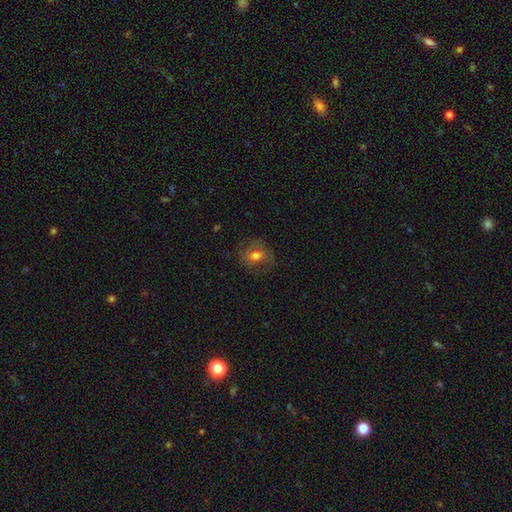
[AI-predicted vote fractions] This appears to be a smooth galaxy with no disk features (63%) that is round (63%). Merging: none (68%).